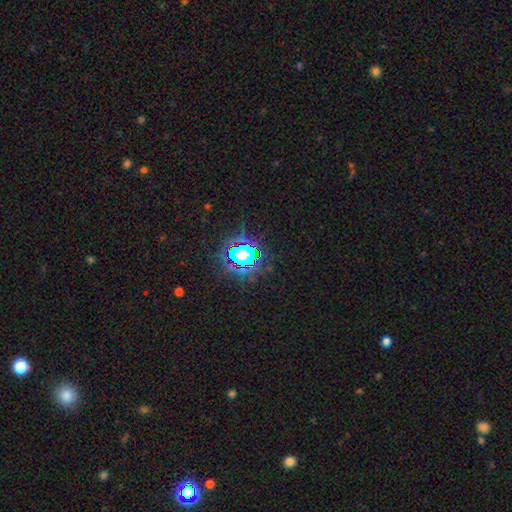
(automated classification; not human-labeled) Smooth or featured? star or artifact (77%)